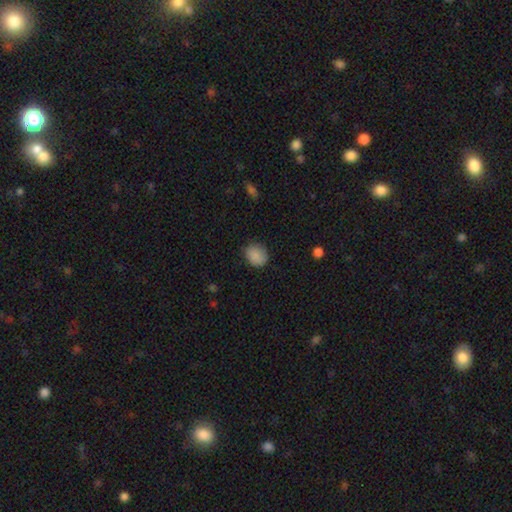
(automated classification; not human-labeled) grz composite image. It shows a smooth galaxy with no disk features (87%) that is round (65%). Merging: none (76%).